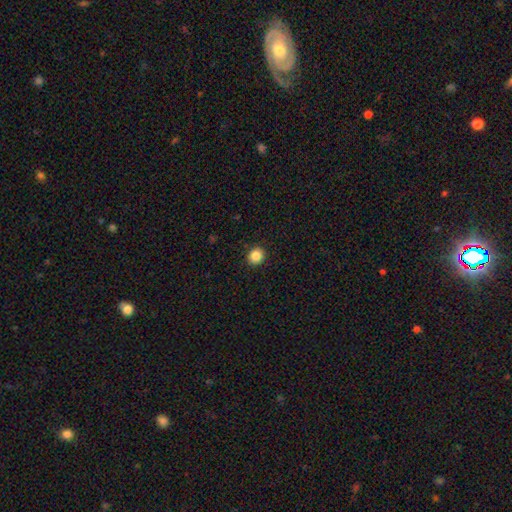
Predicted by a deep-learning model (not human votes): The model was most divided on "how rounded": round: 87%, in between: 12%, cigar-shaped: 1%. More confident: merging — none (92%); smooth or featured — smooth (86%).